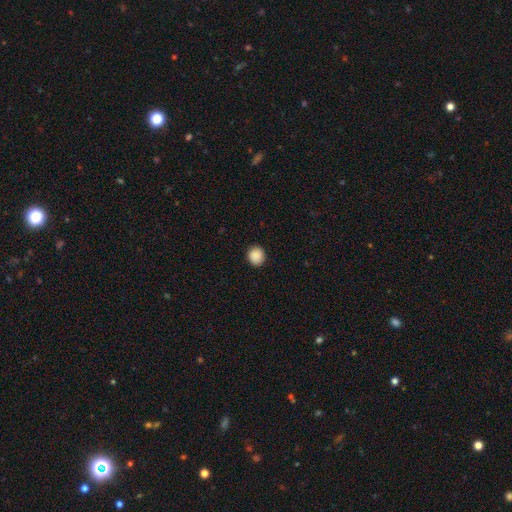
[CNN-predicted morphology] A smooth galaxy with no disk features (89%) that is round (86%). Merging: none (91%).